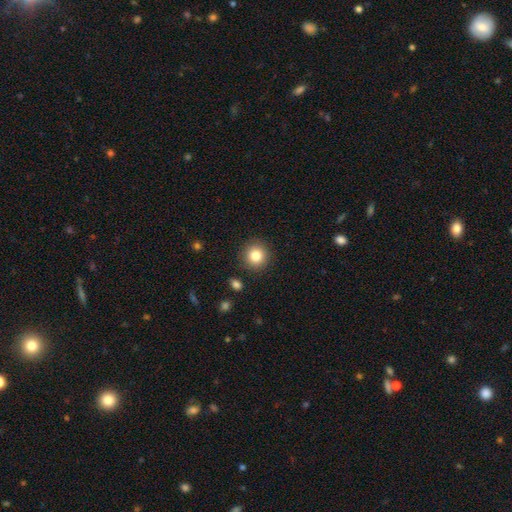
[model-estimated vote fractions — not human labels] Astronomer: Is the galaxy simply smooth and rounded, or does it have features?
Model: smooth — 83%.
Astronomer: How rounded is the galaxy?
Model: round — 93%.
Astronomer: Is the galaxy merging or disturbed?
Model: none — 88%.